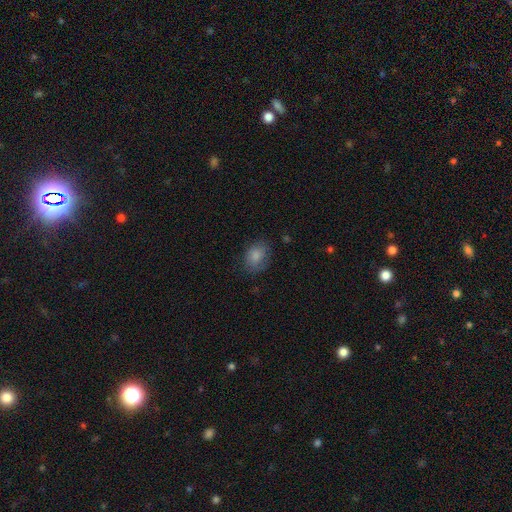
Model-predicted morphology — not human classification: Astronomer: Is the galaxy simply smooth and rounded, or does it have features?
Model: smooth — 83%.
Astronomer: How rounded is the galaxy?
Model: in between — 66%.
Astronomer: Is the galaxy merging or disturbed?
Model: none — 72%.